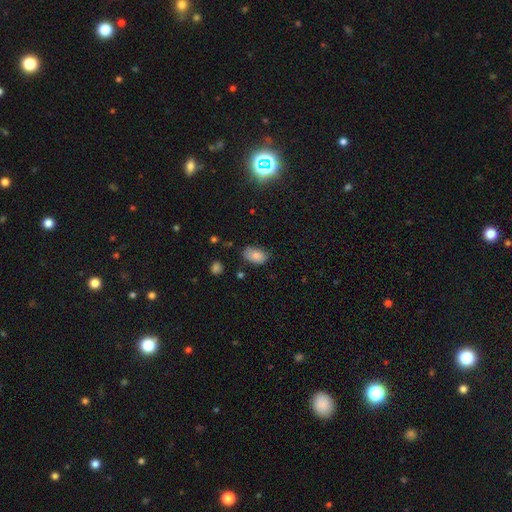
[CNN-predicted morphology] Q: Smooth or featured?
A: smooth (83%); runner-up: star or artifact (9%)
Q: How rounded?
A: in between (92%); runner-up: round (7%)
Q: Merging?
A: none (70%); runner-up: minor disturbance (23%)